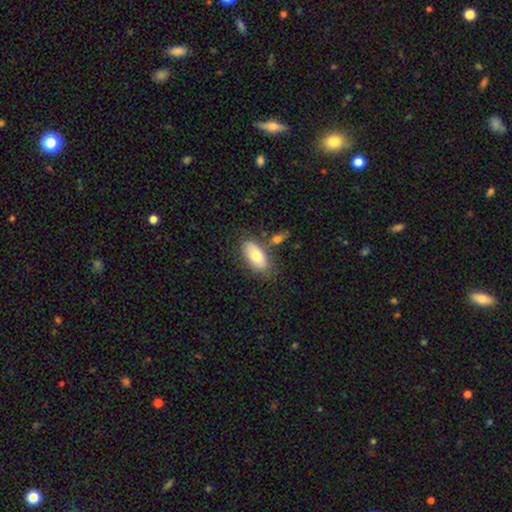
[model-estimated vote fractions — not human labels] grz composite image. It shows a smooth galaxy with no disk features (73%) that is in between round and cigar-shaped (89%). Merging: none (68%).